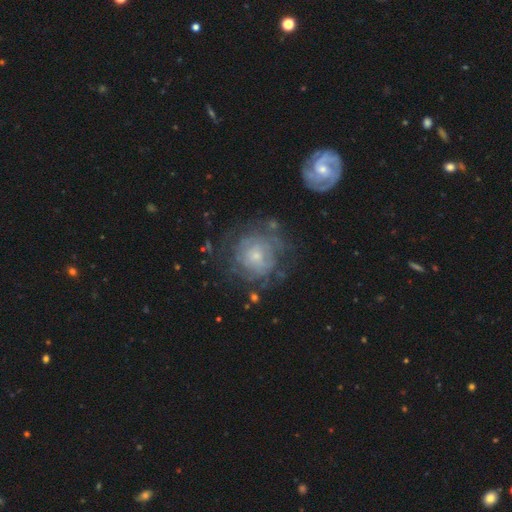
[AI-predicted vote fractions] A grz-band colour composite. It shows a featured or disk galaxy (64%) with no bar (74%), spiral arms (79%) and a small central bulge (66%). Merging: none (68%).